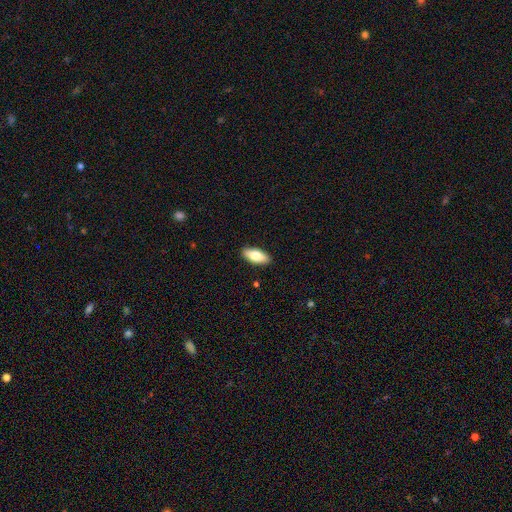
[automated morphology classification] The model was most divided on "smooth or featured": smooth: 77%, featured or disk: 17%, star or artifact: 6%. More confident: merging — none (89%); how rounded — in between (83%).